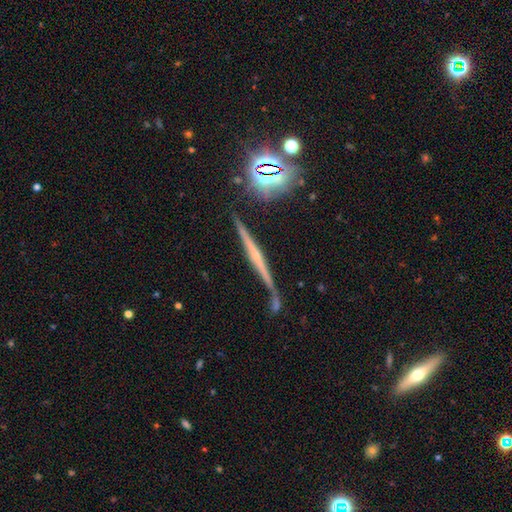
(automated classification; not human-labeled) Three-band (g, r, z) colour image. It shows a featured or disk galaxy (64%) viewed edge-on (95%) with no central bulge (43%). Merging: none (74%).